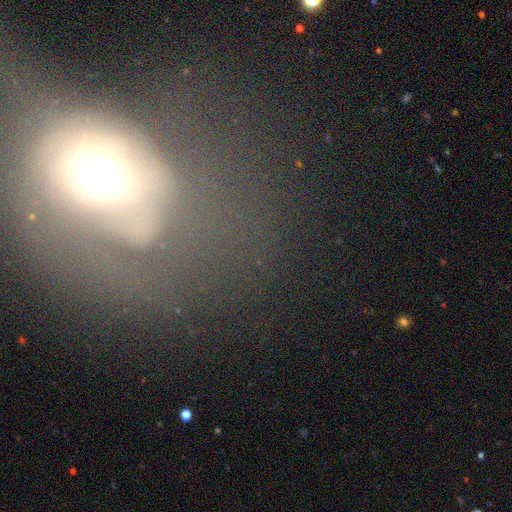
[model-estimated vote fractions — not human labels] Smooth or featured? Predicted: featured or disk (p=0.42). Merging? Predicted: none (p=0.38).